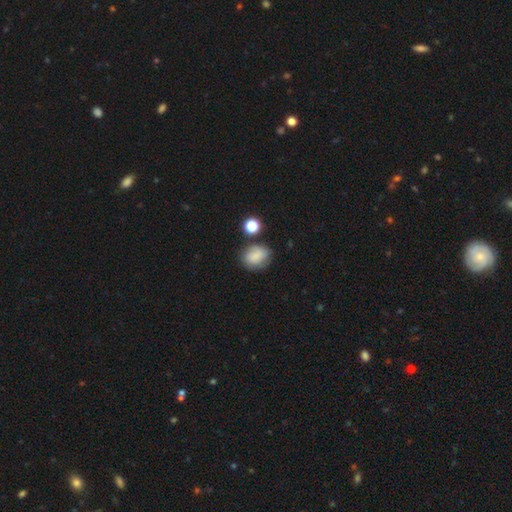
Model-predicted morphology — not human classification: A smooth galaxy with no disk features (70%) that is in between round and cigar-shaped (49%, tied with round).

Vote fractions:
- Smooth or featured? smooth: 70% / featured or disk: 18% / star or artifact: 12%
- How rounded? in between: 49% (tied) / round: 49% (tied) / cigar-shaped: 1%
- Merging? none: 60% / minor disturbance: 23% / major disturbance: 8% / merger: 8%